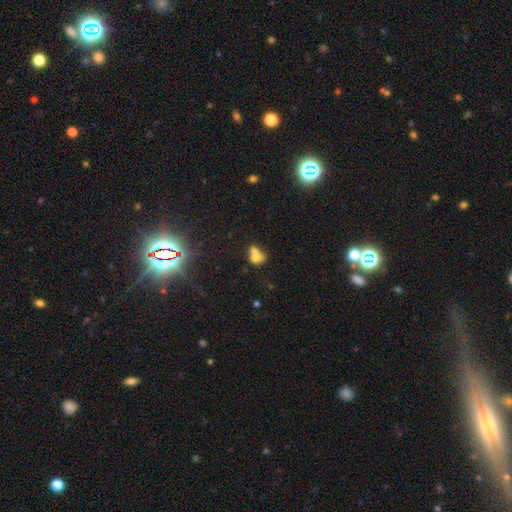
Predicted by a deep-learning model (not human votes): A smooth galaxy with no disk features (66%) that is in between round and cigar-shaped (54%).

Vote fractions:
- Smooth or featured? smooth: 66% / featured or disk: 20% / star or artifact: 14%
- How rounded? in between: 54% / round: 44% / cigar-shaped: 2%
- Merging? merger: 66% / none: 21% / minor disturbance: 8% / major disturbance: 5%